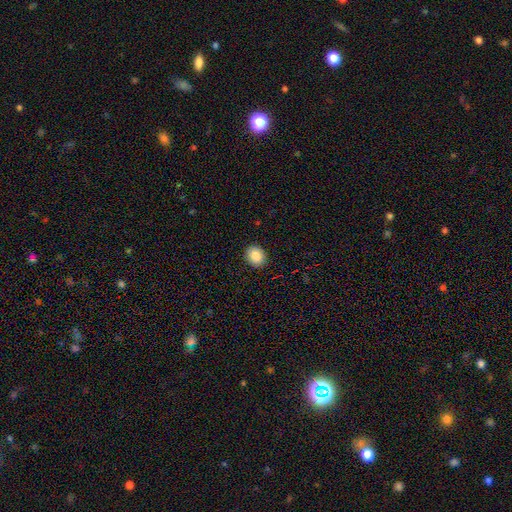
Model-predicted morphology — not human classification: The model was most divided on "how rounded": round: 60%, in between: 39%, cigar-shaped: 1%. More confident: merging — none (91%); smooth or featured — smooth (88%).